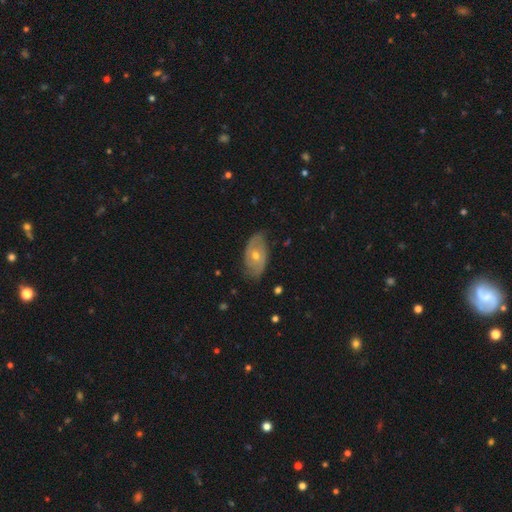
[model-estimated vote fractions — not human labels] Morphology: type=featured or disk (68%); edge-on=no (91%); bar=no (75%); spiral arms=yes (74%); bulge=moderate (57%); merging=none (76%).